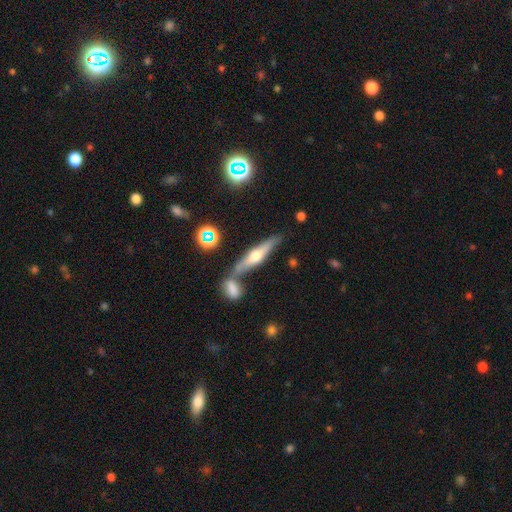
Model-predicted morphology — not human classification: The model was most divided on "smooth or featured": featured or disk: 59%, smooth: 33%, star or artifact: 8%. More confident: edge-on disk — yes (93%); edge-on bulge — rounded (91%); merging — none (67%).